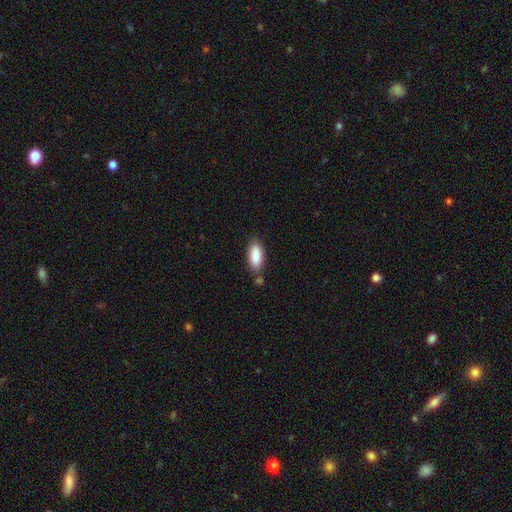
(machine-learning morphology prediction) type=smooth (87%); roundness=in between (79%); merging=none (75%).